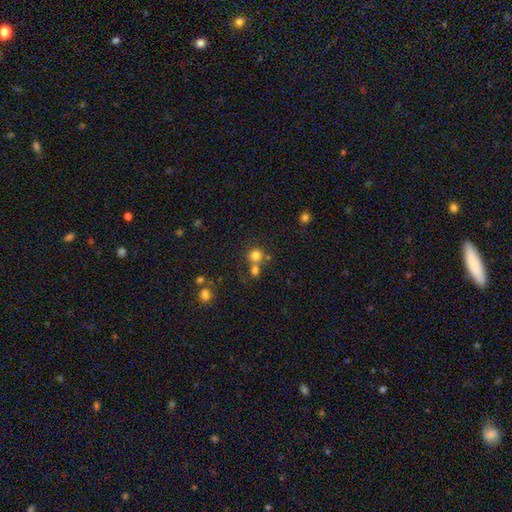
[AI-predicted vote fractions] Smooth or featured: smooth — 79% (star or artifact — 14%)
How rounded: round — 87% (in between — 12%)
Merging: none — 54% (merger — 34%)